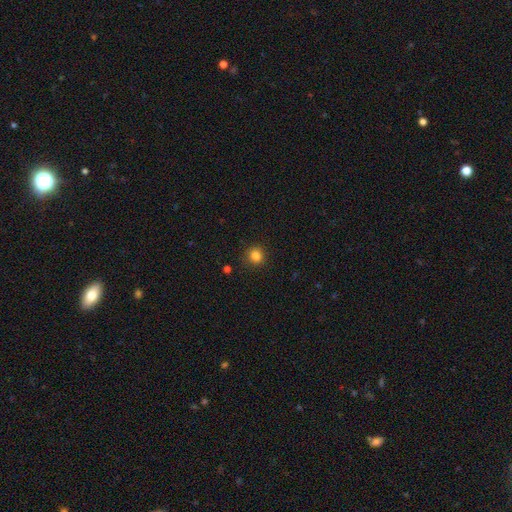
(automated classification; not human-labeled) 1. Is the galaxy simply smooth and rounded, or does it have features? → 83% smooth, 12% star or artifact, 4% featured or disk.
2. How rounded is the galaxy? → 89% round, 10% in between, 1% cigar-shaped.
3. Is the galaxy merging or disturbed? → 89% none, 8% minor disturbance, 2% major disturbance, 1% merger.